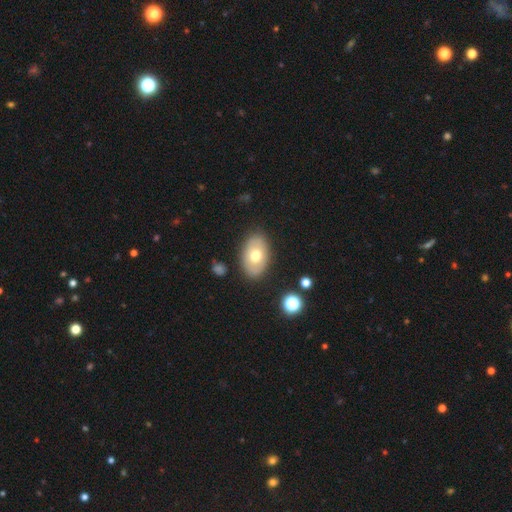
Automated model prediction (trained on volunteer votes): Overall: smooth (62%; featured or disk 30%). How rounded: in between (87%). Merging: none (84%).